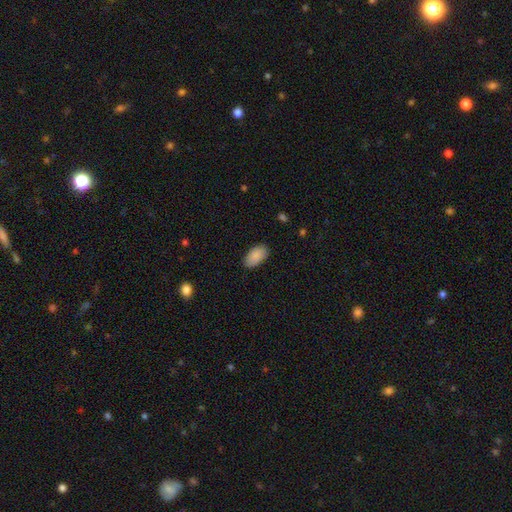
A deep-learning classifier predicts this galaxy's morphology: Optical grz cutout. It shows a smooth galaxy with no disk features (89%) that is in between round and cigar-shaped (95%). Merging: none (85%).